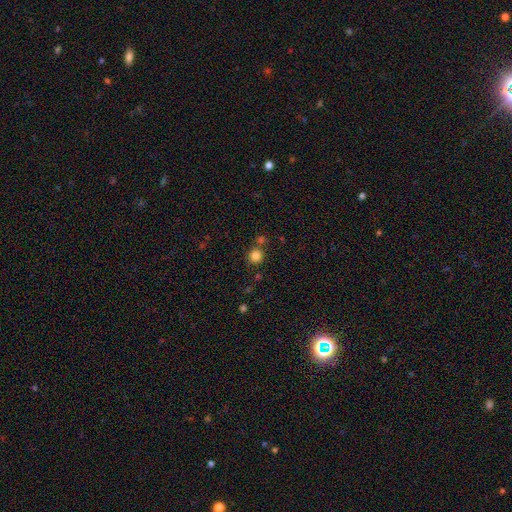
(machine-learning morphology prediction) Smooth or featured? Predicted: smooth (p=0.82). How rounded? Predicted: round (p=0.93). Merging? Predicted: none (p=0.77).